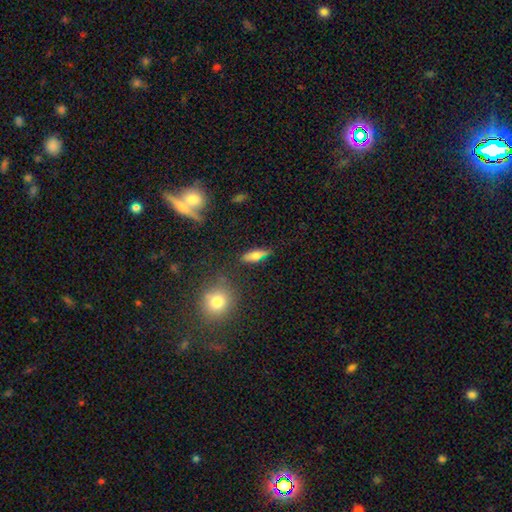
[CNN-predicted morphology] Smooth or featured: smooth — 68% (featured or disk — 21%)
How rounded: in between — 56% (cigar-shaped — 40%)
Merging: none — 75% (minor disturbance — 16%)